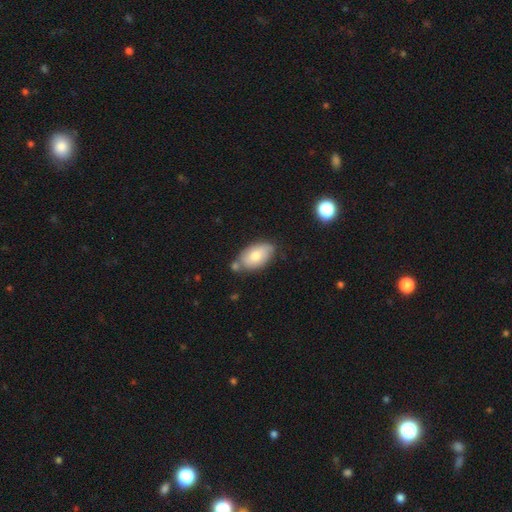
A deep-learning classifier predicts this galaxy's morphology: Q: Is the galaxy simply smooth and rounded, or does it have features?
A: smooth — 73%.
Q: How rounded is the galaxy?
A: in between — 93%.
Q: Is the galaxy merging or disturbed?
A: none — 62%.